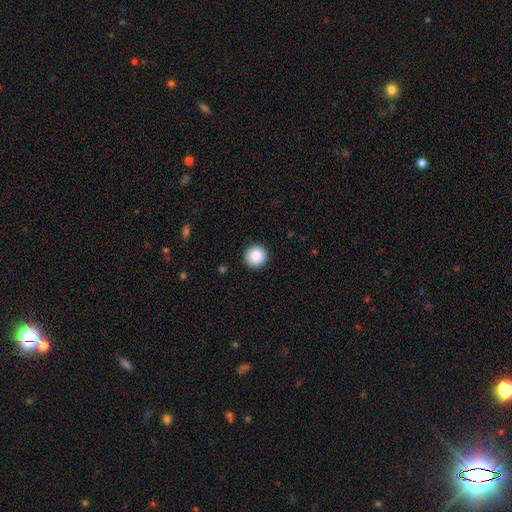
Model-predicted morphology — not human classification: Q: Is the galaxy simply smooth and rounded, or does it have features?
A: smooth — 86%.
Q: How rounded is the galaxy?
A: round — 96%.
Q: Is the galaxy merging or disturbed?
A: none — 93%.